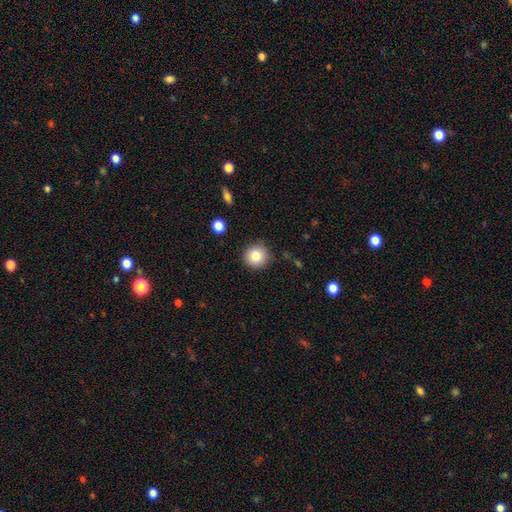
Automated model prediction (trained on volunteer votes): A smooth galaxy with no disk features (82%) that is round (94%). Merging: none (87%).